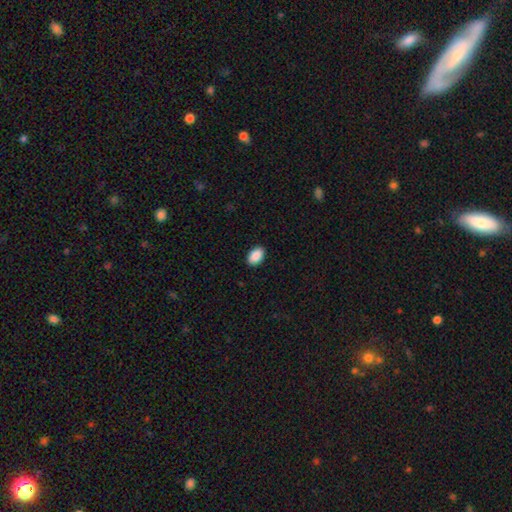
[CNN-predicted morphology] Q: Smooth or featured?
A: smooth (90%); runner-up: star or artifact (7%)
Q: How rounded?
A: in between (89%); runner-up: round (9%)
Q: Merging?
A: none (90%); runner-up: minor disturbance (7%)